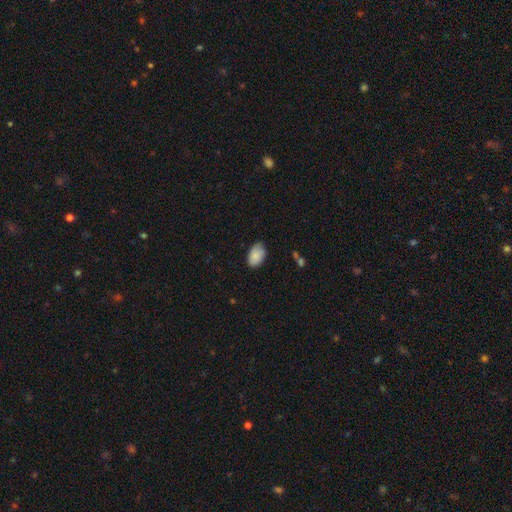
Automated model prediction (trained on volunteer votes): The model was most divided on "merging": none: 75%, minor disturbance: 21%, major disturbance: 3%, merger: 1%. More confident: how rounded — in between (92%); smooth or featured — smooth (86%).